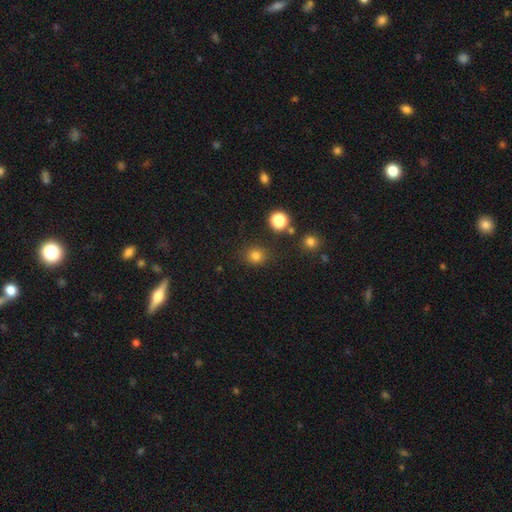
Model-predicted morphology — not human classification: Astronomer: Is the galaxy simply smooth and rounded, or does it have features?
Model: smooth — 80%.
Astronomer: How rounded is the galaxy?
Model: round — 82%.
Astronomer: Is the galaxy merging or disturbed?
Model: none — 85%.